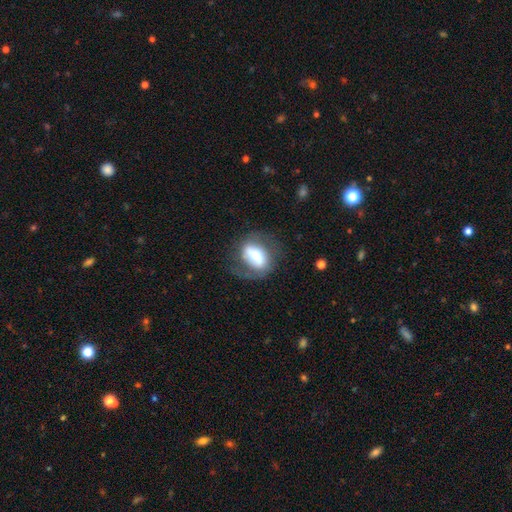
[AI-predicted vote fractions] featured or disk 47%, smooth 46%, star or artifact 7%. Down the decision tree: merging — none (64%).